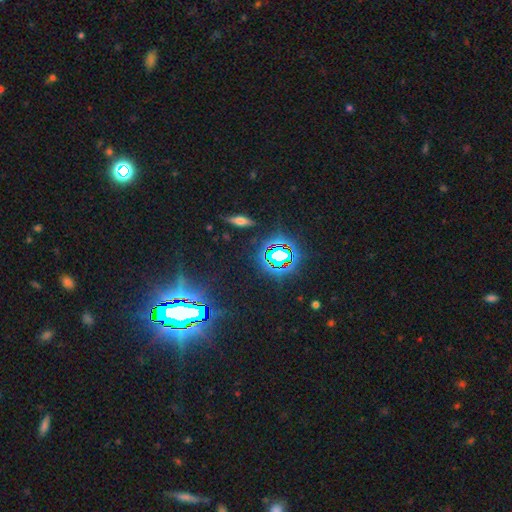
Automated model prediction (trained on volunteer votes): Morphology: type=star or artifact (84%).